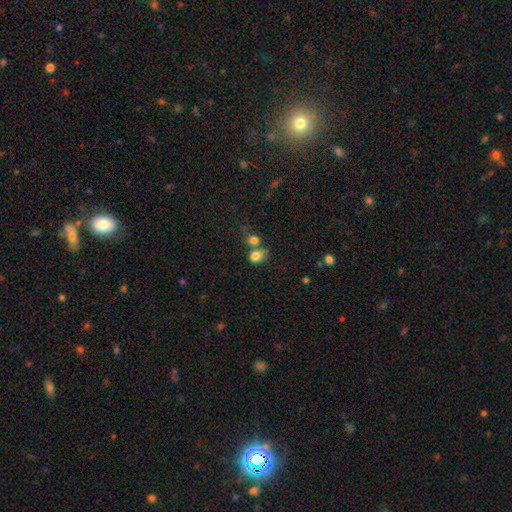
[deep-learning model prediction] smooth_or_featured: smooth (p=0.79) [alt: star or artifact p=0.11]
how_rounded: in between (p=0.56) [alt: round p=0.42]
merging: merger (p=0.41) [alt: none p=0.35]